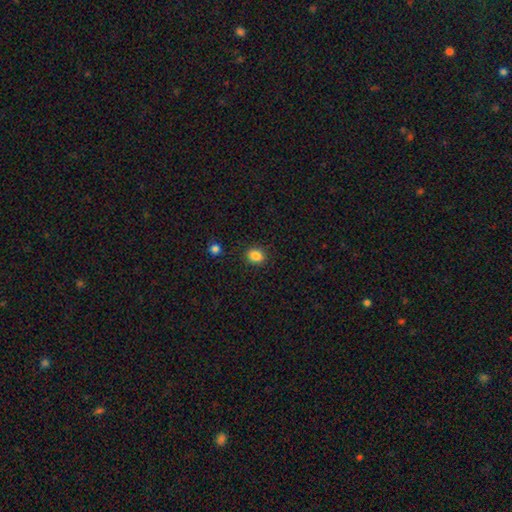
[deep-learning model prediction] Q: Smooth or featured?
A: smooth (85%); runner-up: star or artifact (10%)
Q: How rounded?
A: round (53%); runner-up: in between (46%)
Q: Merging?
A: none (89%); runner-up: minor disturbance (7%)